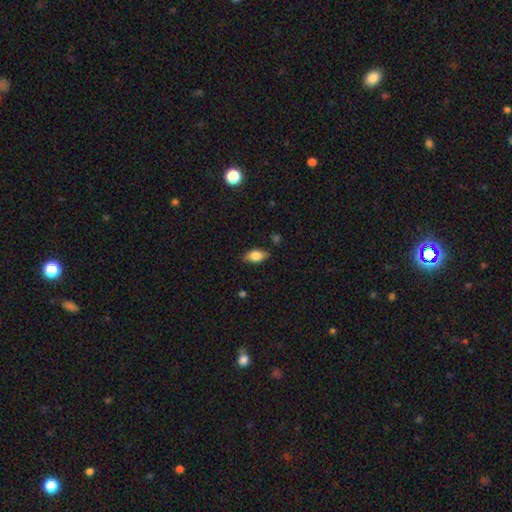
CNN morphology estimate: Overall: smooth (78%). How rounded: in between (88%). Merging: none (81%).